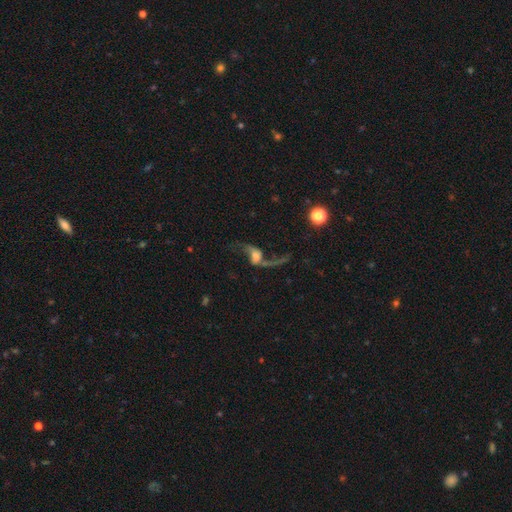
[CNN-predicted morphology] This is likely a featured or disk galaxy (78%). It is clearly not viewed edge-on (94%). Bar: possibly no (50%). Spiral arm pattern: clearly yes (92%). Spiral arm count: clearly 2 (89%). Spiral winding: clearly loose (93%). Central bulge: marginally moderate (29%). Merging: possibly none (49%).